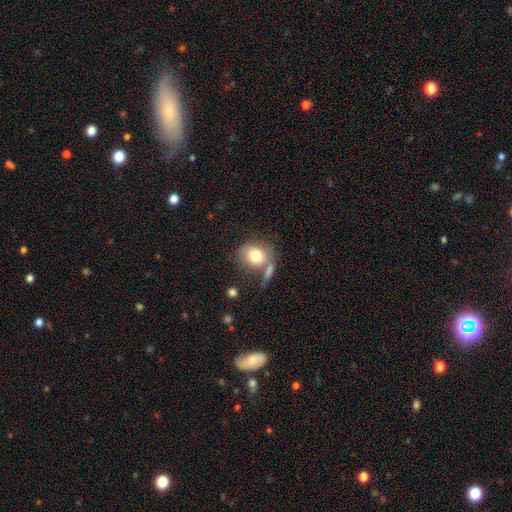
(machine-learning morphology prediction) A smooth galaxy with no disk features (77%) that is round (65%).

Vote fractions:
- Smooth or featured? smooth: 77% / featured or disk: 15% / star or artifact: 8%
- How rounded? round: 65% / in between: 34% / cigar-shaped: 1%
- Merging? none: 51% / merger: 24% / minor disturbance: 17% / major disturbance: 9%